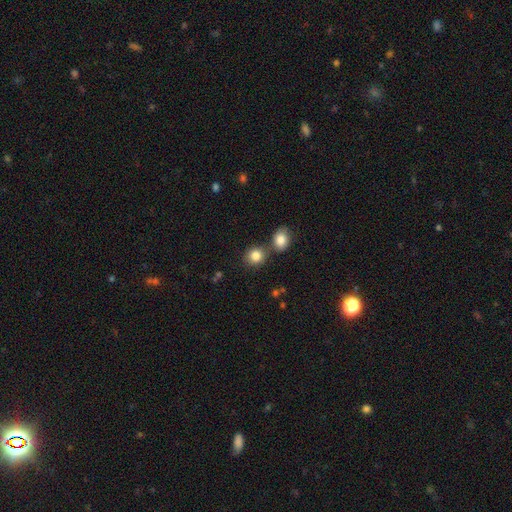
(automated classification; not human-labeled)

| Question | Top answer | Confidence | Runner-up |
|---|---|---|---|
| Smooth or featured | smooth | 84% | star or artifact (9%) |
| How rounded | round | 76% | in between (23%) |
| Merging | none | 62% | merger (25%) |